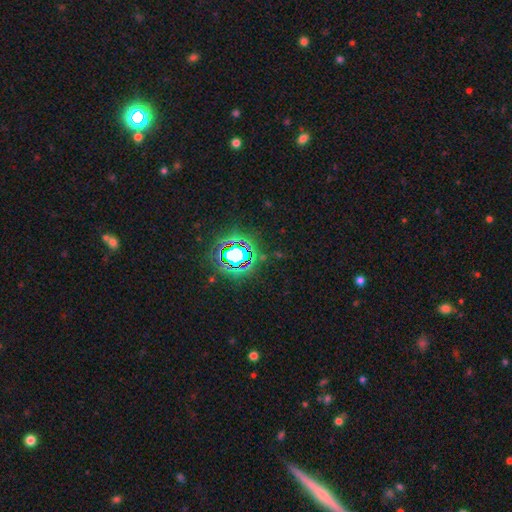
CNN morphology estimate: smooth_or_featured: star or artifact (p=0.83) [alt: smooth p=0.11]